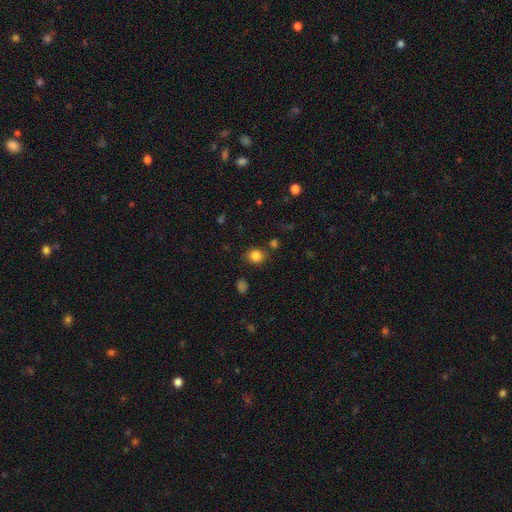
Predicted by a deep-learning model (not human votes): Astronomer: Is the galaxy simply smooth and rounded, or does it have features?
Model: smooth — 84%.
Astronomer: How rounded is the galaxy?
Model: round — 77%.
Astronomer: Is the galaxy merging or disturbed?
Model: none — 79%.